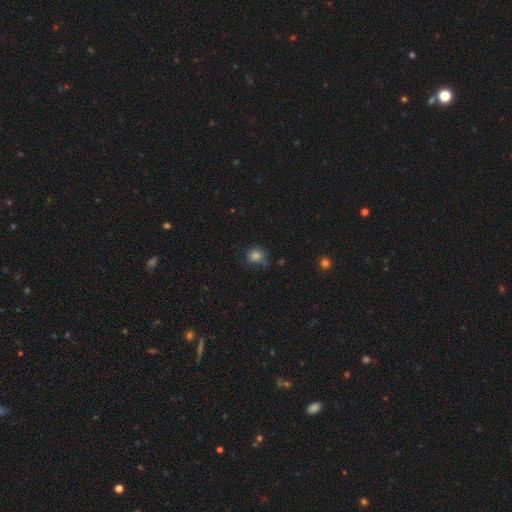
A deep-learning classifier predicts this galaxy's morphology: A smooth galaxy with no disk features (82%) that is round (83%). Merging: none (65%).